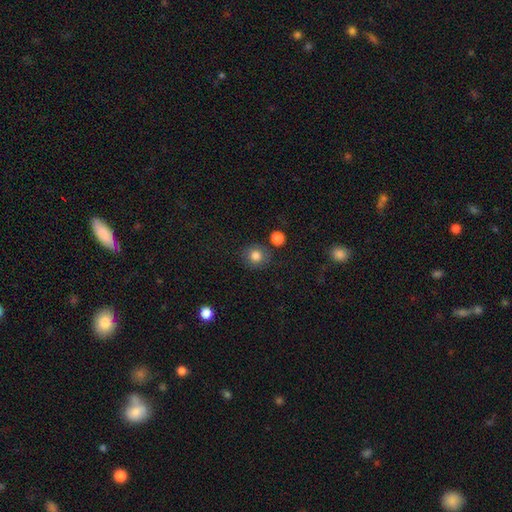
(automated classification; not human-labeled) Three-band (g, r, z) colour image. It shows a smooth galaxy with no disk features (82%) that is round (87%). Merging: none (81%).